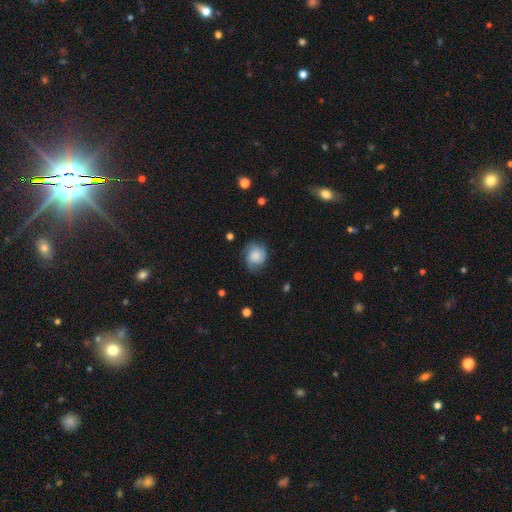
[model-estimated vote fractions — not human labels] smooth 55%, featured or disk 37%, star or artifact 9%. Down the decision tree: how rounded — round (77%); merging — none (67%).